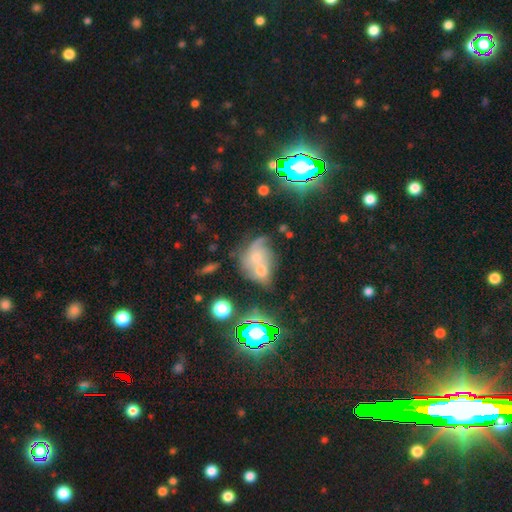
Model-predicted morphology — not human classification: This appears to be a smooth galaxy with no disk features (49%). Merging: merger (66%).